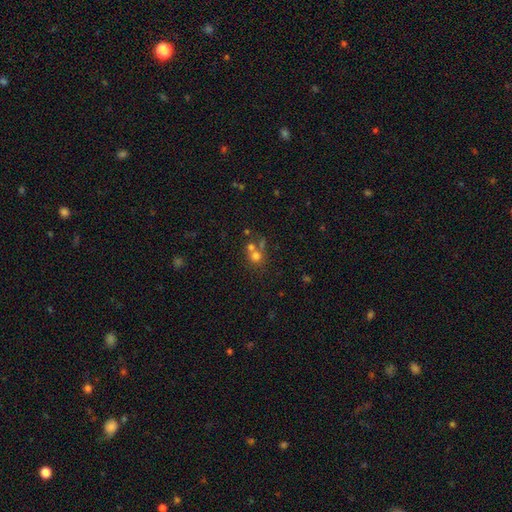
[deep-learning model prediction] Smooth or featured?
  - smooth: 66% *
  - star or artifact: 18%
  - featured or disk: 16%
How rounded?
  - round: 85% *
  - in between: 15%
  - cigar-shaped: 1%
Merging?
  - merger: 45% *
  - none: 43%
  - minor disturbance: 7%
  - major disturbance: 4%